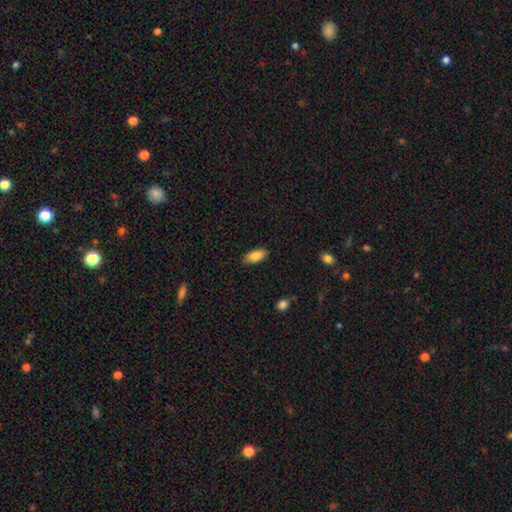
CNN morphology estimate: Smooth or featured? smooth (85%)
How rounded? in between (88%)
Merging? none (86%)